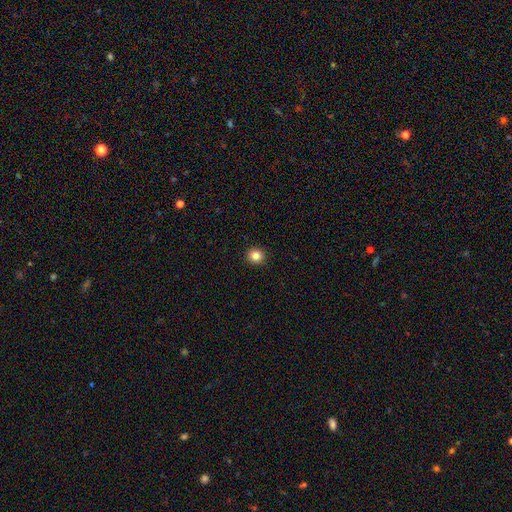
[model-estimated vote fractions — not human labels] smooth_or_featured: smooth (p=0.84) [alt: star or artifact p=0.11]
how_rounded: round (p=0.91) [alt: in between p=0.08]
merging: none (p=0.93) [alt: minor disturbance p=0.05]